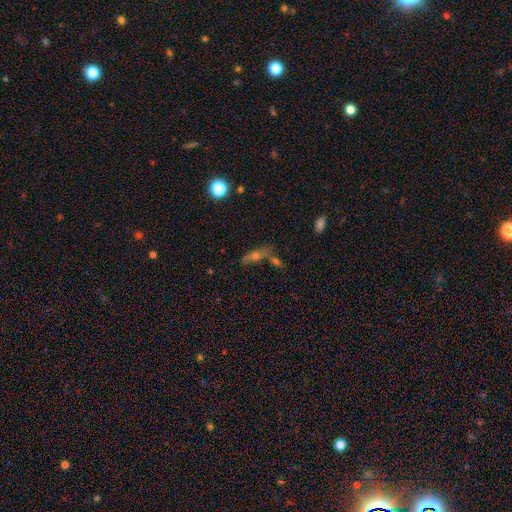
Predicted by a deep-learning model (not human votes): The model was most divided on "smooth or featured": smooth: 43%, featured or disk: 40%, star or artifact: 17%. More confident: merging — none (53%).